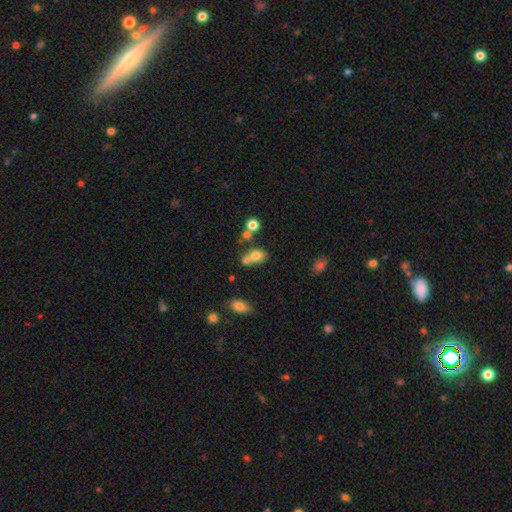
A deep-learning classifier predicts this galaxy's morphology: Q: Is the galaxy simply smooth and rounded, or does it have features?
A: smooth — 73%.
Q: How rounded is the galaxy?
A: in between — 56%.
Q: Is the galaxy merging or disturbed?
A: merger — 44%.